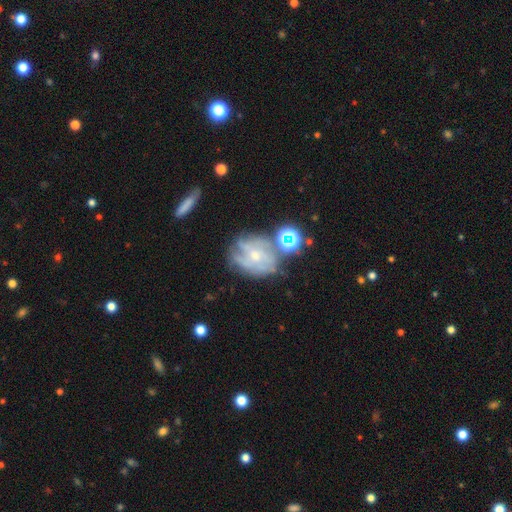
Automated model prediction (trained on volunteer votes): smooth-or-featured: featured or disk: 69% | smooth: 16% | star or artifact: 14%
  disk-edge-on: no: 96% | yes: 4%
    bar: no: 69% | weak: 25% | strong: 6%
    has-spiral-arms: yes: 81% | no: 19%
      spiral-winding: tight: 44% | medium: 38% | loose: 18%
      spiral-arm-count: can't tell: 43% | 3: 20% | 4: 14% | 2: 12% | more than 4: 7% | 1: 5%
    bulge-size: small: 65% | moderate: 29% | none: 3% | large: 1% | dominant: 1%
  merging: none: 52% | minor disturbance: 22% | major disturbance: 15% | merger: 11%